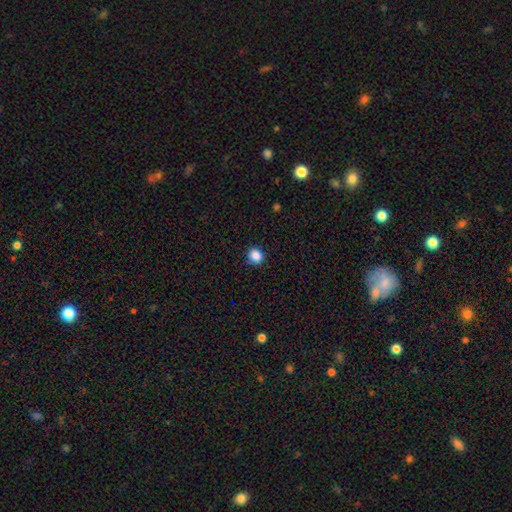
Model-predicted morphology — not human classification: The model was most divided on "how rounded": round: 85%, in between: 14%, cigar-shaped: 1%. More confident: merging — none (89%); smooth or featured — smooth (86%).